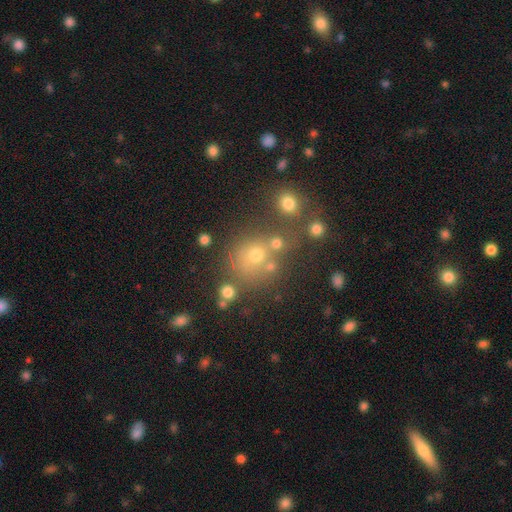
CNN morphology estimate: Smooth or featured: smooth — 62% (star or artifact — 24%)
How rounded: round — 79% (in between — 20%)
Merging: none — 57% (merger — 24%)